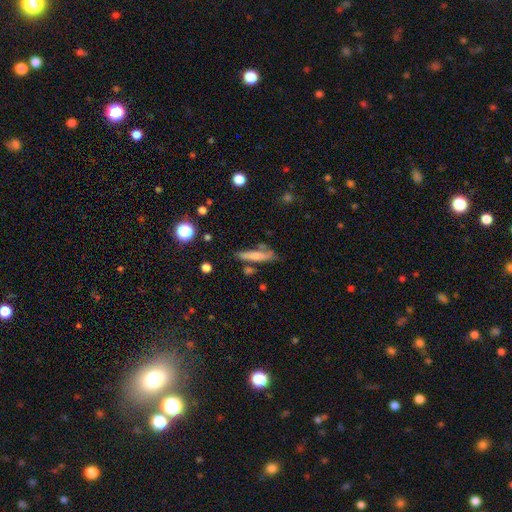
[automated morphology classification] This appears to be a smooth galaxy with no disk features (72%) that is cigar-shaped (82%). Merging: none (65%).